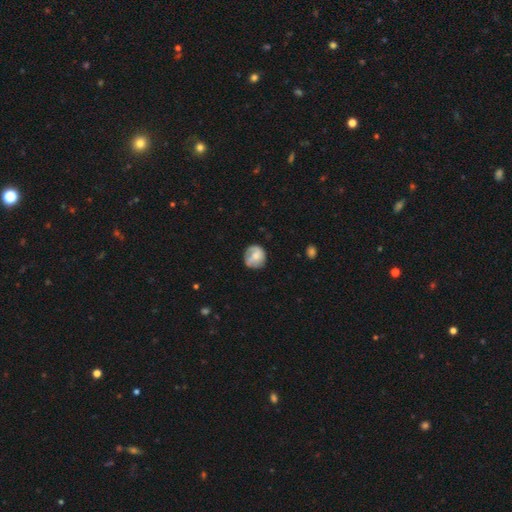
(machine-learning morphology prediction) A smooth galaxy with no disk features (58%) that is round (82%). Merging: none (66%).